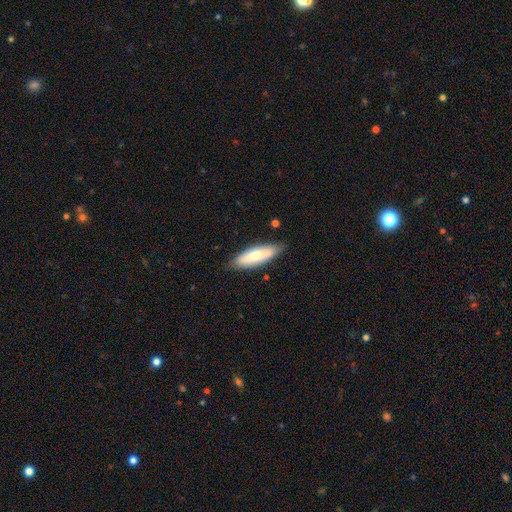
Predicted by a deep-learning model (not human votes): smooth_or_featured: smooth (p=0.69) [alt: featured or disk p=0.25]
how_rounded: in between (p=0.55) [alt: cigar-shaped p=0.43]
merging: none (p=0.81) [alt: minor disturbance p=0.15]